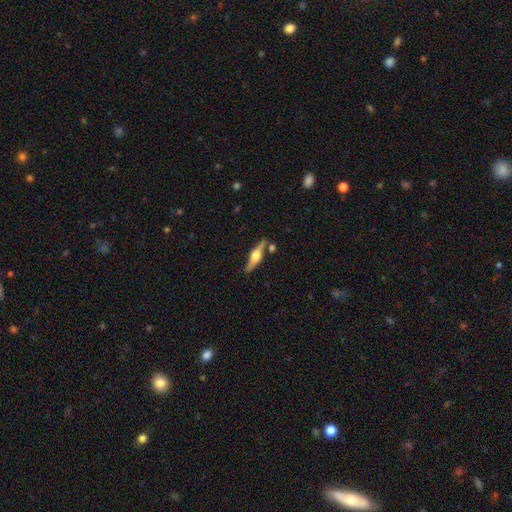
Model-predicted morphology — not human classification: Smooth or featured?
  - featured or disk: 73% *
  - smooth: 21%
  - star or artifact: 6%
Edge-on disk?
  - yes: 96% *
  - no: 4%
Edge-on bulge?
  - rounded: 94% *
  - boxy: 4%
  - none: 1%
Merging?
  - none: 81% *
  - minor disturbance: 10%
  - merger: 6%
  - major disturbance: 2%